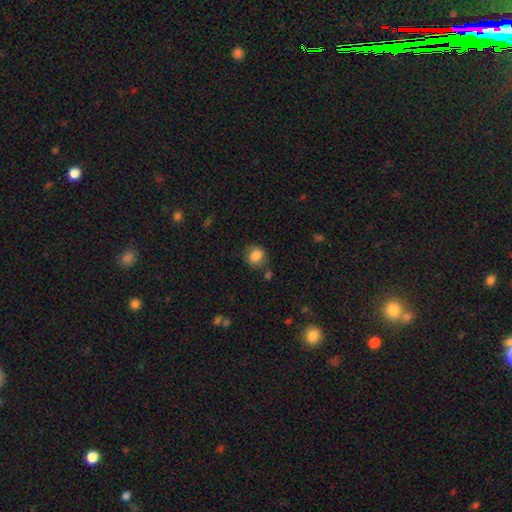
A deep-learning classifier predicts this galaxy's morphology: smooth_or_featured: smooth (p=0.82) [alt: featured or disk p=0.09]
how_rounded: round (p=0.55) [alt: in between p=0.44]
merging: none (p=0.70) [alt: minor disturbance p=0.19]